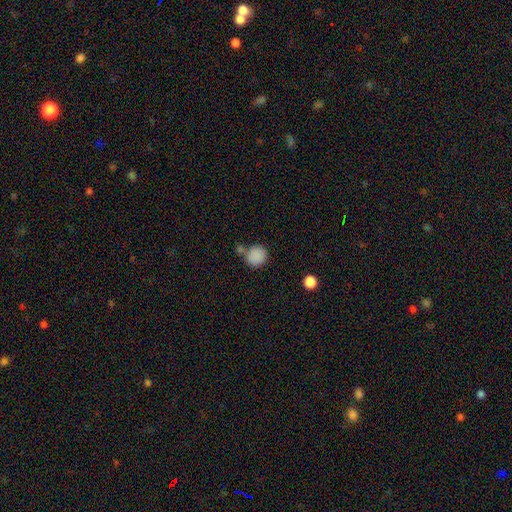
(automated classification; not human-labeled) Smooth or featured? Predicted: smooth (p=0.86). How rounded? Predicted: round (p=0.87). Merging? Predicted: none (p=0.61).